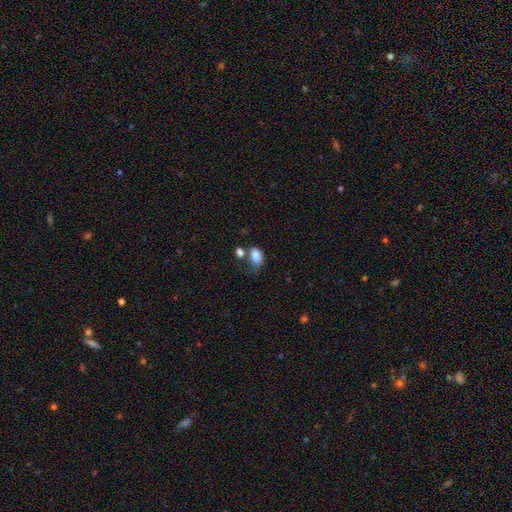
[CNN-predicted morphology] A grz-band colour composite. It shows a smooth galaxy with no disk features (84%) that is in between round and cigar-shaped (85%). Merging: none (41%).